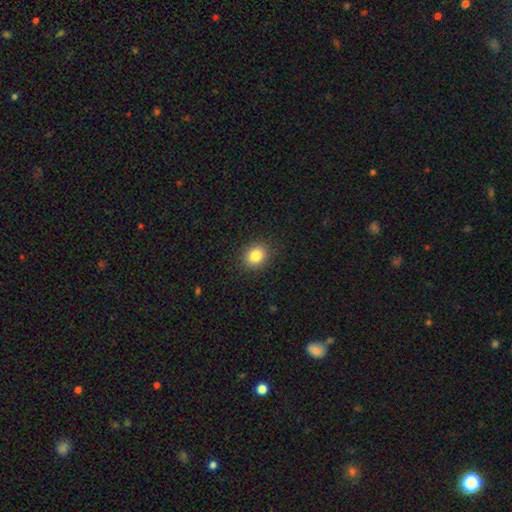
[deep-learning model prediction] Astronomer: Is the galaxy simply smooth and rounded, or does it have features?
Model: smooth — 85%.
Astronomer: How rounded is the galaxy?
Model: round — 65%.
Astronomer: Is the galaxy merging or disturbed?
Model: none — 89%.